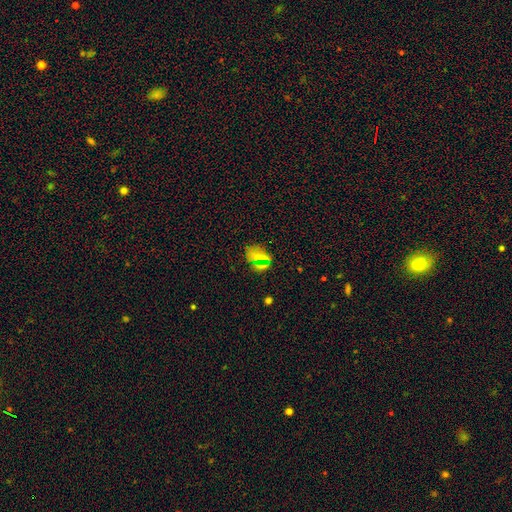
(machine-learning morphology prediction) Smooth or featured?
  - smooth: 62% *
  - star or artifact: 30%
  - featured or disk: 8%
How rounded?
  - round: 53% *
  - in between: 44%
  - cigar-shaped: 3%
Merging?
  - none: 79% *
  - minor disturbance: 12%
  - major disturbance: 5%
  - merger: 4%